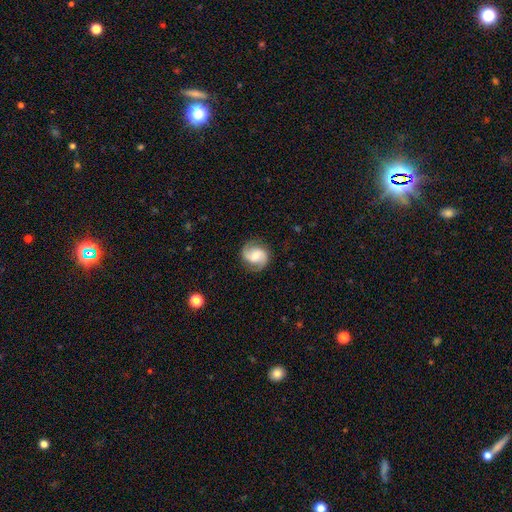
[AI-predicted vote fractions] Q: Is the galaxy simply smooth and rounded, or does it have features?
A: featured or disk — 79%.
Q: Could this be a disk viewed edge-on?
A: no — 98%.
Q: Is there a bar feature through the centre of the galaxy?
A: weak — 46%.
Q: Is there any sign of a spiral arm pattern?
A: yes — 96%.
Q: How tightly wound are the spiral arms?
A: medium — 49%.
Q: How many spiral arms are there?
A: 2 — 92%.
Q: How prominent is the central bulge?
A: moderate — 44%.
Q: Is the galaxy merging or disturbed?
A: none — 82%.